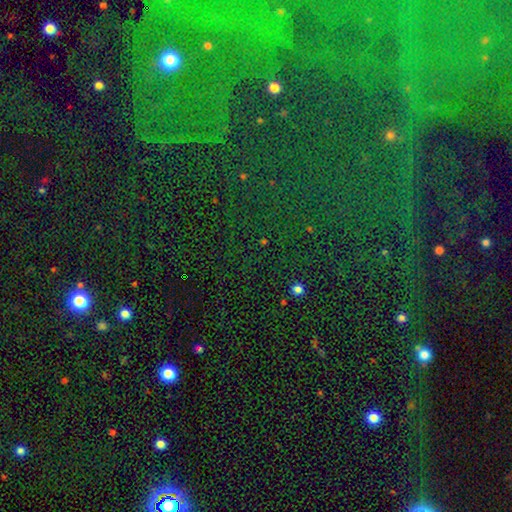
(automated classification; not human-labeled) Q: Smooth or featured?
A: star or artifact (81%); runner-up: smooth (10%)